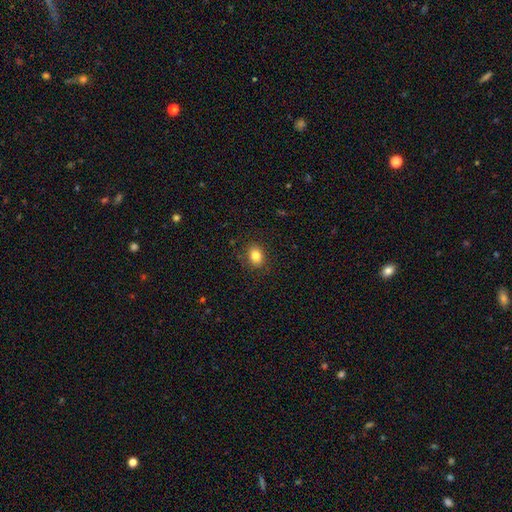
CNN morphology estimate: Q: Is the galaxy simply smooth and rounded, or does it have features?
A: smooth — 83%.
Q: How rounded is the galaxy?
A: in between — 53%.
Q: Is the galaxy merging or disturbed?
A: none — 88%.